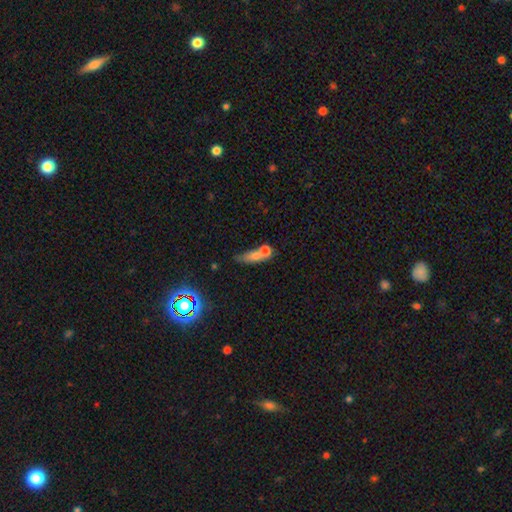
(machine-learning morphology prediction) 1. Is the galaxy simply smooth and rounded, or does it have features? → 65% smooth, 23% featured or disk, 13% star or artifact.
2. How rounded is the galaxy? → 48% in between, 29% round, 23% cigar-shaped.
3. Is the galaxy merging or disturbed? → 53% merger, 27% none, 12% minor disturbance, 9% major disturbance.